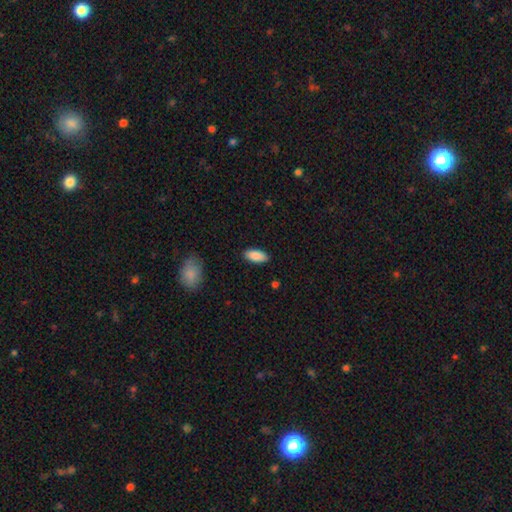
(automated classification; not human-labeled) This is clearly a smooth galaxy (89%). How rounded: clearly in between (88%). Merging: clearly none (88%).